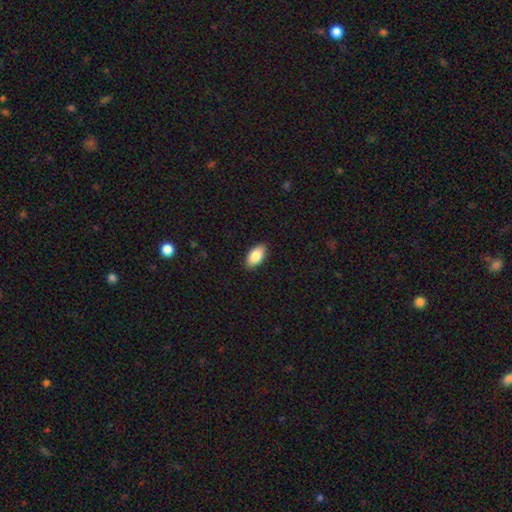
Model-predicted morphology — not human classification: type=smooth (86%); roundness=in between (94%); merging=none (89%).